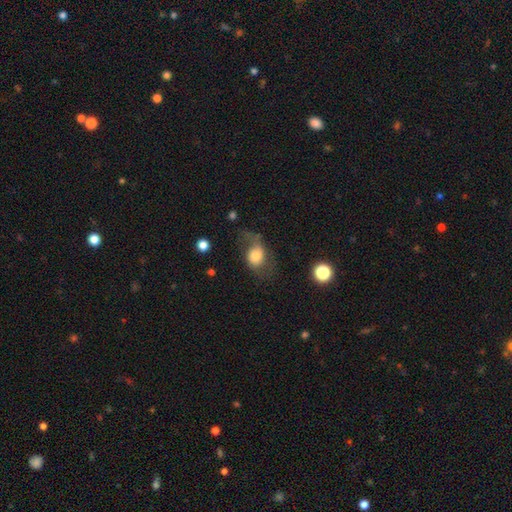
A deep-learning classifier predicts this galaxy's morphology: smooth_or_featured: smooth (p=0.60) [alt: featured or disk p=0.31]
how_rounded: in between (p=0.55) [alt: round p=0.43]
merging: none (p=0.42) [alt: major disturbance p=0.30]